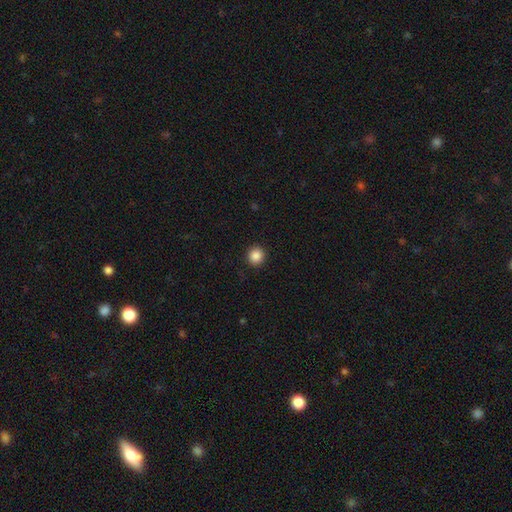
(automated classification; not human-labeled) Morphology: type=smooth (87%); roundness=round (93%); merging=none (92%).